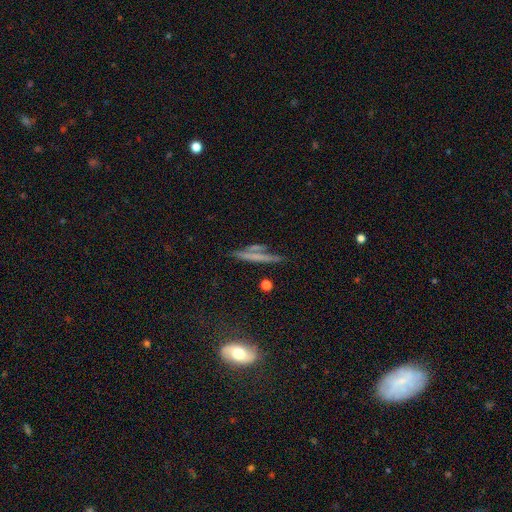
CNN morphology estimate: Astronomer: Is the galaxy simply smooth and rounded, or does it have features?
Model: smooth — 45% (runner-up: featured or disk, 41%).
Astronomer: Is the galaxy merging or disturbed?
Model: none — 63%.